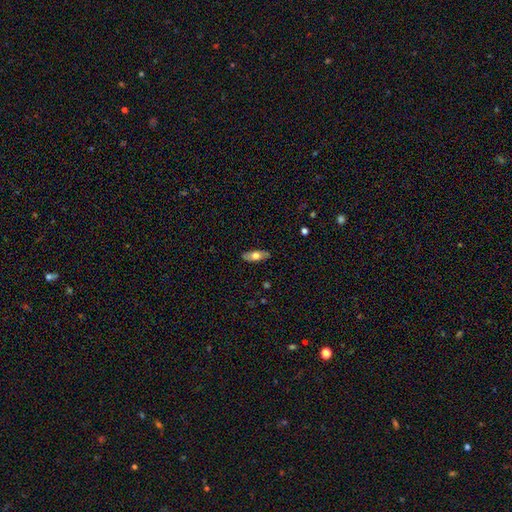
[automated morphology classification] A smooth galaxy with no disk features (61%) that is in between round and cigar-shaped (74%).

Vote fractions:
- Smooth or featured? smooth: 61% / featured or disk: 33% / star or artifact: 6%
- How rounded? in between: 74% / cigar-shaped: 23% / round: 3%
- Merging? none: 86% / minor disturbance: 11% / major disturbance: 2% / merger: 1%